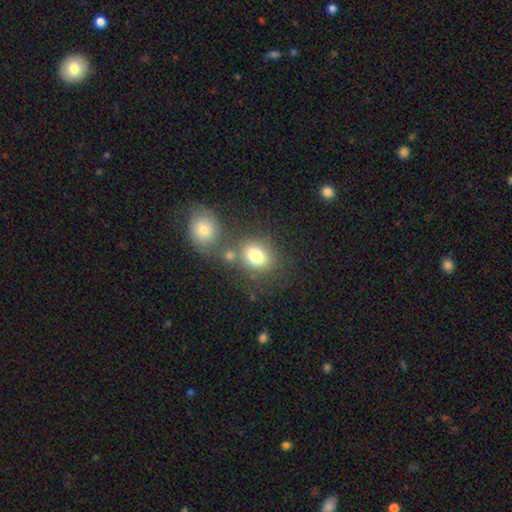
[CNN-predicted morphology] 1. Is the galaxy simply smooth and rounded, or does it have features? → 77% smooth, 13% featured or disk, 10% star or artifact.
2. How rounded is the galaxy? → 59% round, 40% in between, 1% cigar-shaped.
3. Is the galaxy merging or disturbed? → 52% none, 31% merger, 11% minor disturbance, 6% major disturbance.